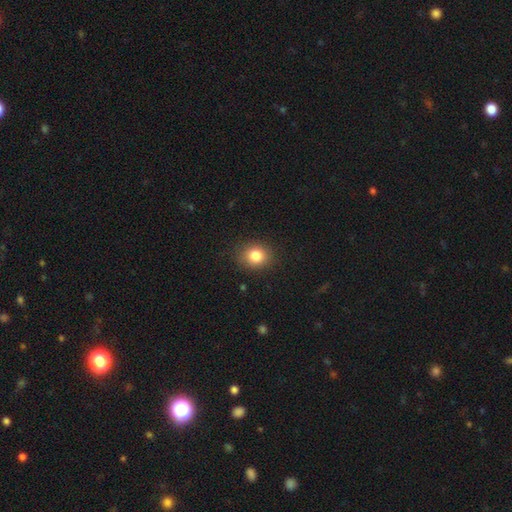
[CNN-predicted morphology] A smooth galaxy with no disk features (83%) that is round (71%). Merging: none (88%).